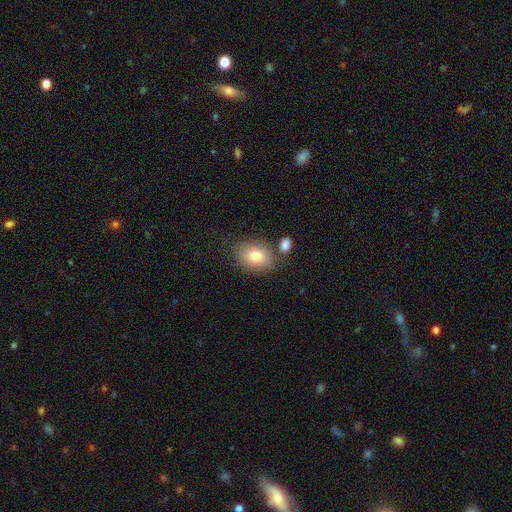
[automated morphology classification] Smooth or featured? smooth (80%)
How rounded? in between (72%)
Merging? none (69%)